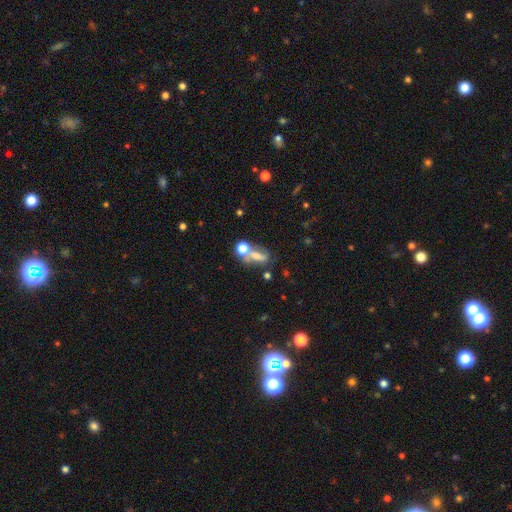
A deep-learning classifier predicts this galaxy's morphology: smooth-or-featured: smooth: 53% | featured or disk: 29% | star or artifact: 18%
  how-rounded: in between: 65% | round: 23% | cigar-shaped: 12%
  merging: merger: 36% (tied) | none: 36% (tied) | minor disturbance: 15% | major disturbance: 13%